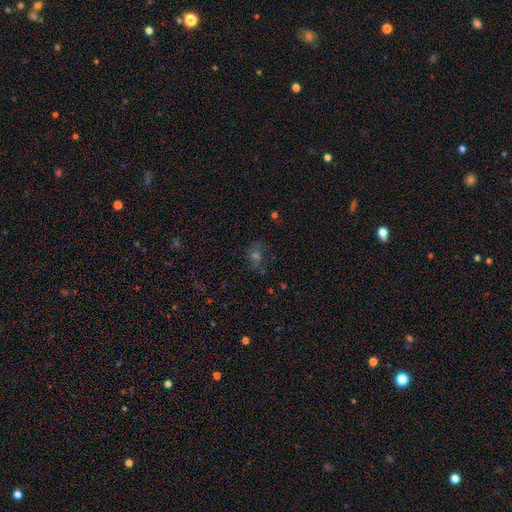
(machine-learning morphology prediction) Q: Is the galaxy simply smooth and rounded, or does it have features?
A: smooth — 42%.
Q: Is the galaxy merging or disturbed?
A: none — 66%.